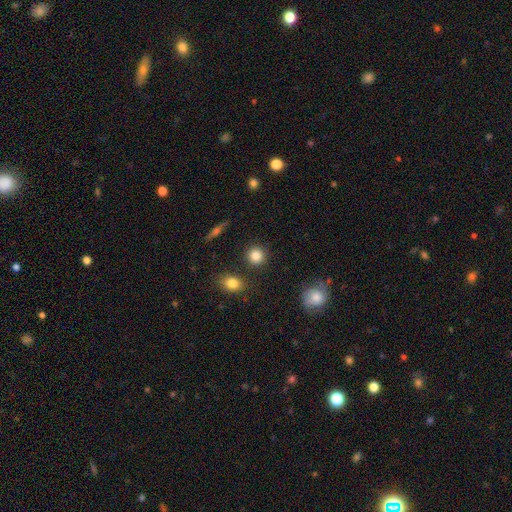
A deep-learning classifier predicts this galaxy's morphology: This is clearly a smooth galaxy (84%). How rounded: clearly round (91%). Merging: clearly none (88%).